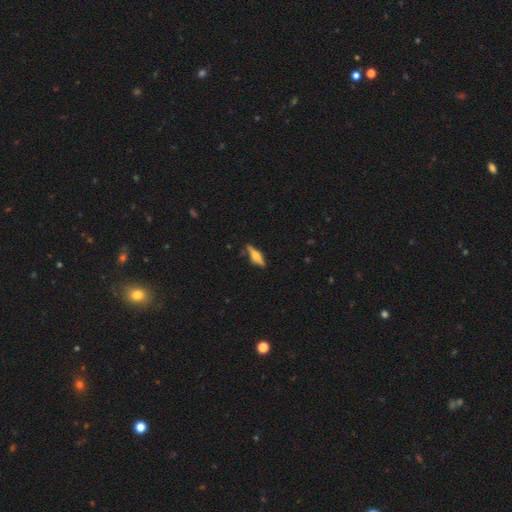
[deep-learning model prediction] Q: Smooth or featured?
A: featured or disk (52%); runner-up: smooth (41%)
Q: Edge-on disk?
A: yes (92%); runner-up: no (8%)
Q: Merging?
A: none (72%); runner-up: minor disturbance (20%)